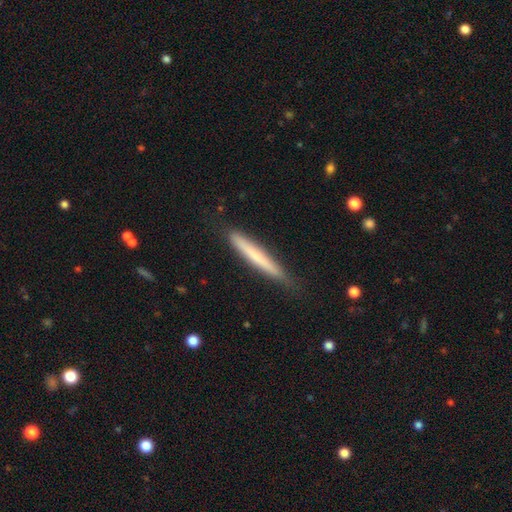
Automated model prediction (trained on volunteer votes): Q: Smooth or featured?
A: smooth (64%); runner-up: featured or disk (30%)
Q: How rounded?
A: cigar-shaped (96%); runner-up: in between (3%)
Q: Merging?
A: none (83%); runner-up: minor disturbance (13%)